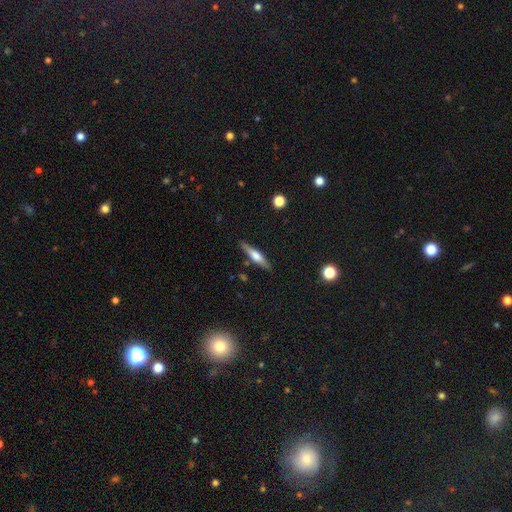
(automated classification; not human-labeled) A featured or disk galaxy (54%) viewed edge-on (95%) with a rounded central bulge (74%). Merging: none (86%).